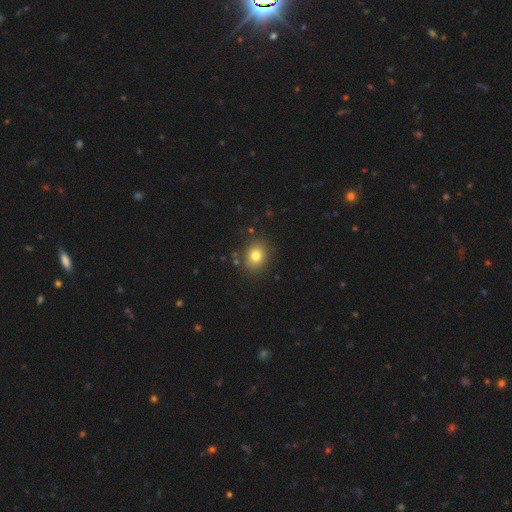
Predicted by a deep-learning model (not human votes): smooth_or_featured: smooth (p=0.79) [alt: star or artifact p=0.12]
how_rounded: round (p=0.59) [alt: in between p=0.40]
merging: none (p=0.85) [alt: minor disturbance p=0.09]